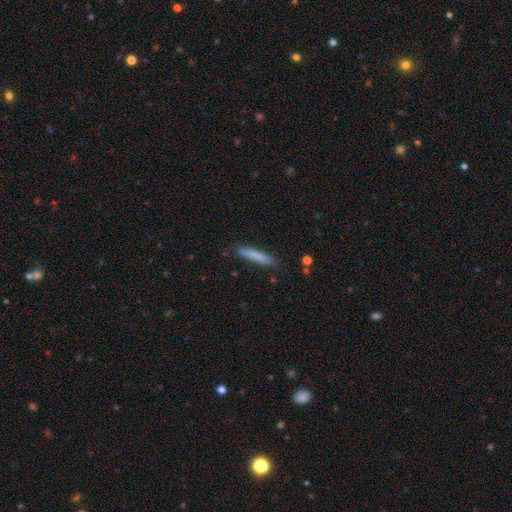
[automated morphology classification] The model was most divided on "smooth or featured": smooth: 79%, featured or disk: 14%, star or artifact: 6%. More confident: how rounded — cigar-shaped (93%); merging — none (86%).